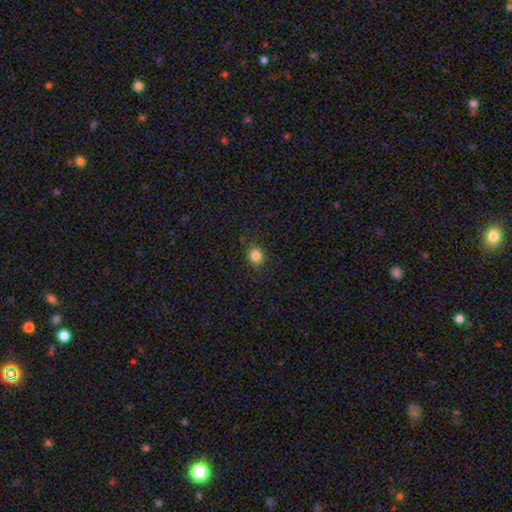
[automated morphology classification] Q: Smooth or featured?
A: smooth (83%); runner-up: star or artifact (11%)
Q: How rounded?
A: round (77%); runner-up: in between (22%)
Q: Merging?
A: none (84%); runner-up: minor disturbance (12%)